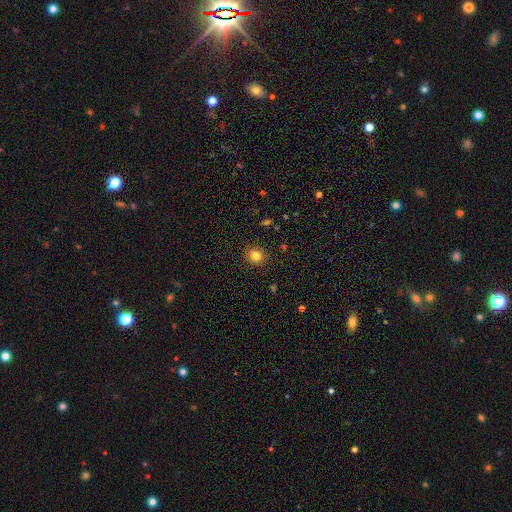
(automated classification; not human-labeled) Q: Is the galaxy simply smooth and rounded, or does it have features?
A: smooth — 82%.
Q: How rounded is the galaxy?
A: round — 79%.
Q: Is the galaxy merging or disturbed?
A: none — 90%.